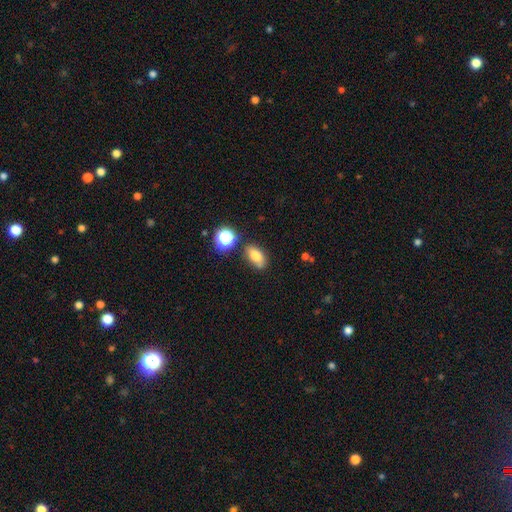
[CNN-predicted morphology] The model was most divided on "merging": none: 65%, minor disturbance: 19%, merger: 10%, major disturbance: 5%. More confident: how rounded — in between (82%); smooth or featured — smooth (75%).